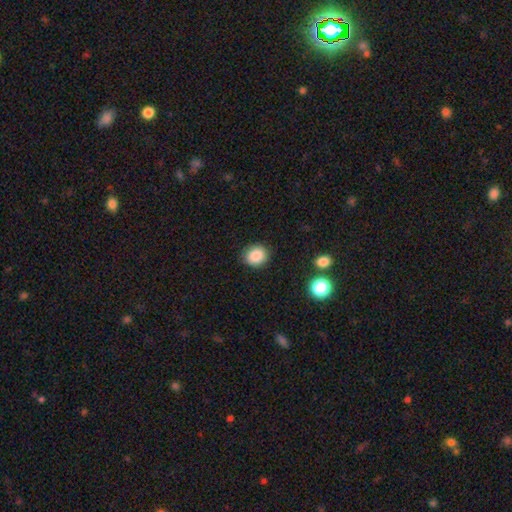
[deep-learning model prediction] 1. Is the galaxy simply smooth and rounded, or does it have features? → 87% smooth, 9% star or artifact, 4% featured or disk.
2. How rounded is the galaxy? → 77% round, 22% in between, 1% cigar-shaped.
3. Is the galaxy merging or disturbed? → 86% none, 10% minor disturbance, 2% major disturbance, 2% merger.